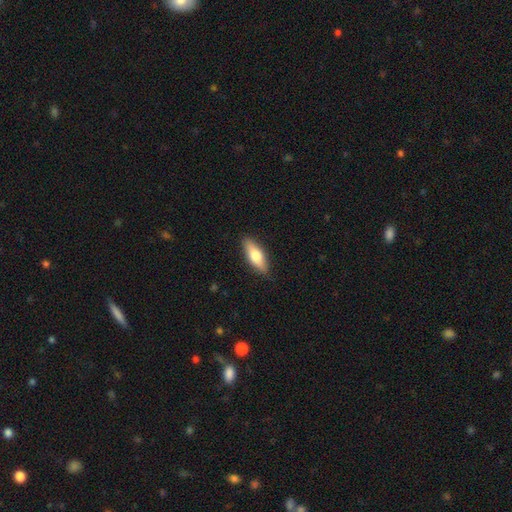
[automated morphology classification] Overall: smooth (64%; featured or disk 30%). How rounded: in between (61%; cigar-shaped 37%). Merging: none (88%).